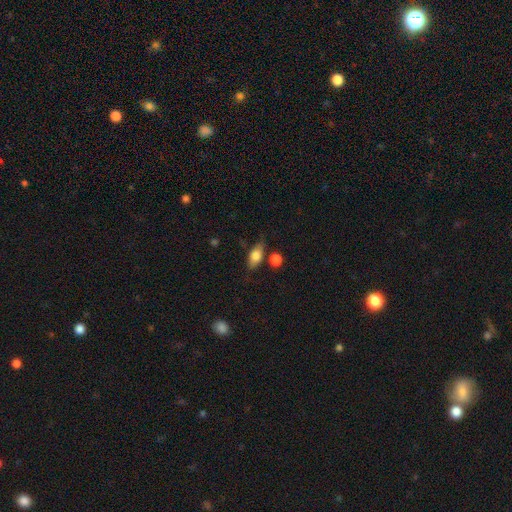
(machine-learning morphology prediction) Smooth or featured? smooth (72%)
How rounded? in between (80%)
Merging? none (71%)